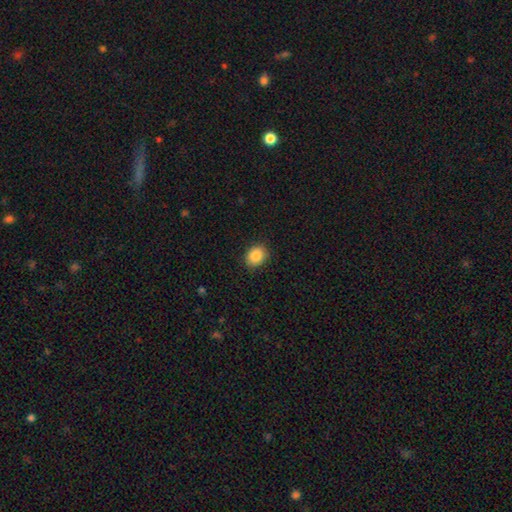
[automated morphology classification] This appears to be a smooth galaxy with no disk features (87%) that is round (53%). Merging: none (87%).